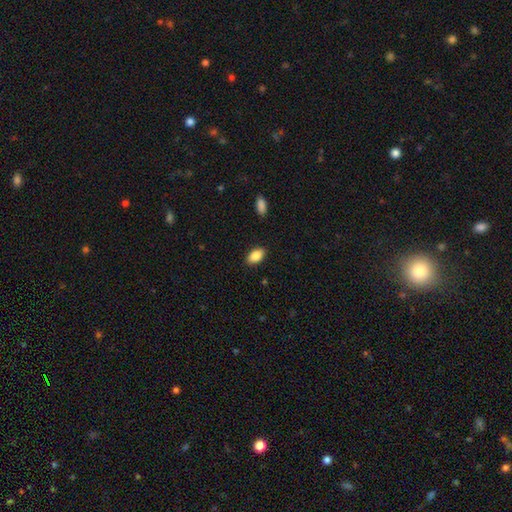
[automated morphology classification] Smooth or featured? Predicted: smooth (p=0.87). How rounded? Predicted: in between (p=0.93). Merging? Predicted: none (p=0.87).